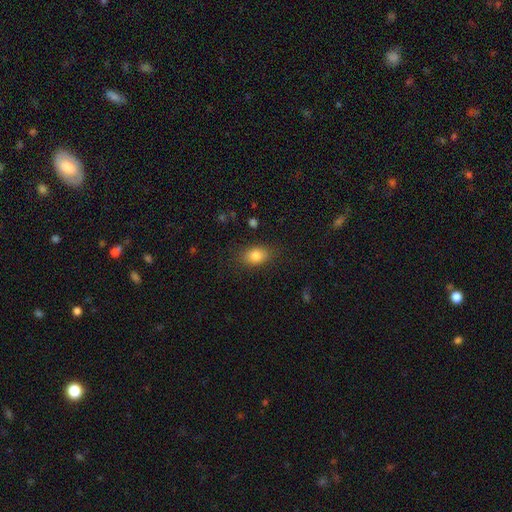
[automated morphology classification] smooth 83%, star or artifact 9%, featured or disk 8%. Down the decision tree: how rounded — in between (80%); merging — none (84%).